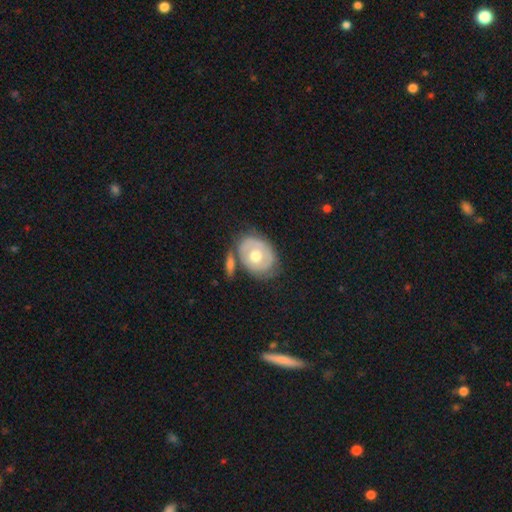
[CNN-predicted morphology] A featured or disk galaxy (55%) with no bar (86%), no spiral arms (65%) and a moderate central bulge (71%).

Vote fractions:
- Smooth or featured? featured or disk: 55% / smooth: 39% / star or artifact: 5%
- Edge-on disk? no: 93% / yes: 7%
- Bar? no: 86% / weak: 11% / strong: 3%
- Spiral arms? no: 65% / yes: 35%
- Bulge size? moderate: 71% / large: 21% / small: 5% / dominant: 1% / none: 1%
- Merging? none: 58% / minor disturbance: 19% / merger: 15% / major disturbance: 8%